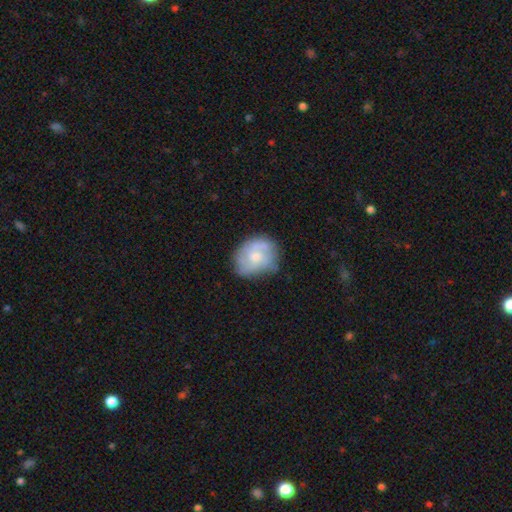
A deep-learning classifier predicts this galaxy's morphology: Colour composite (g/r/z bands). It shows a featured or disk galaxy (58%) with no bar (73%), spiral arms (77%) and a moderate central bulge (47%). Merging: none (67%).